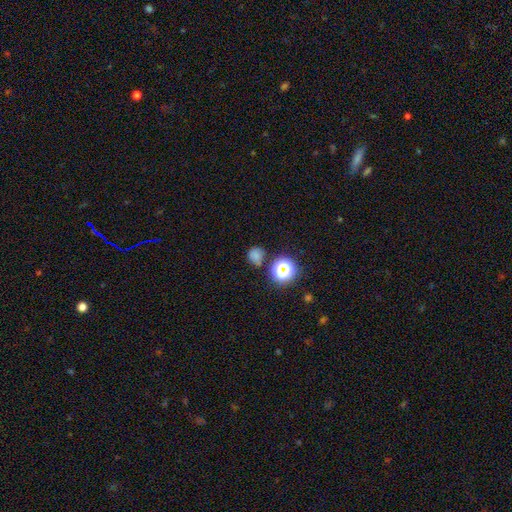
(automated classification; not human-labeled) A smooth galaxy with no disk features (67%) that is round (81%). Merging: none (69%).